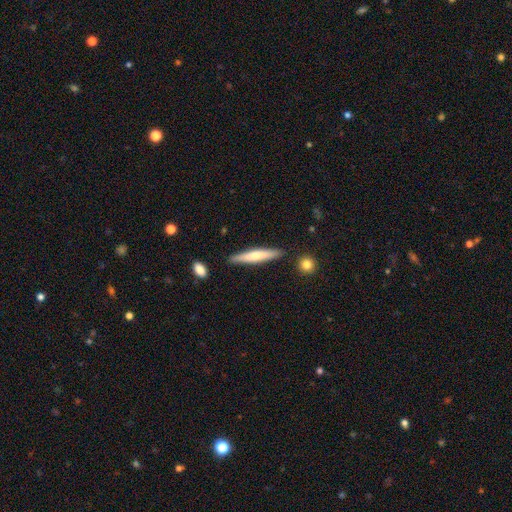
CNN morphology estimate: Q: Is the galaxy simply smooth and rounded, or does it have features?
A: smooth — 57%.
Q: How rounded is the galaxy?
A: cigar-shaped — 92%.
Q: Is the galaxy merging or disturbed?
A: none — 88%.